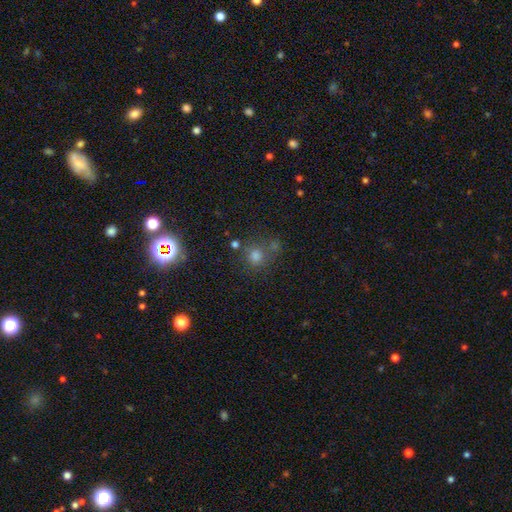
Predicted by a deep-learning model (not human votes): This appears to be a smooth galaxy with no disk features (60%) that is round (90%). Merging: none (70%).